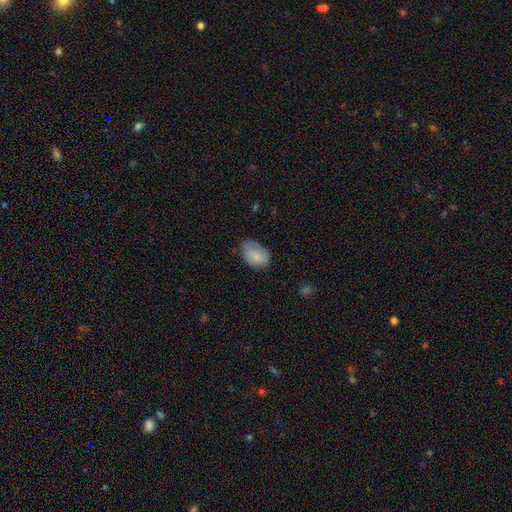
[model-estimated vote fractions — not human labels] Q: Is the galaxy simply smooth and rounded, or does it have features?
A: smooth — 79%.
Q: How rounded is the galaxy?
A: in between — 86%.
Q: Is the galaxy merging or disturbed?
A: none — 51%.